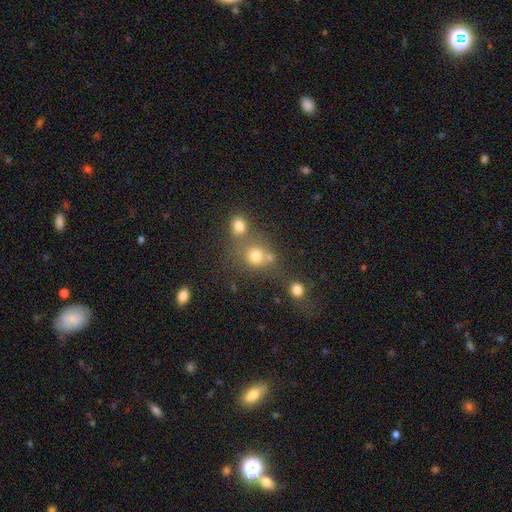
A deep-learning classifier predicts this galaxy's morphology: Smooth or featured? smooth (74%)
How rounded? round (81%)
Merging? none (48%)